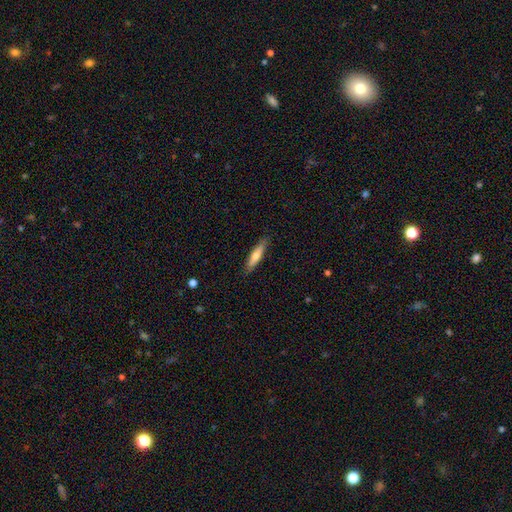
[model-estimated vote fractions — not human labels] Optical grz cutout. It shows a smooth galaxy with no disk features (63%) that is cigar-shaped (85%). Merging: none (88%).